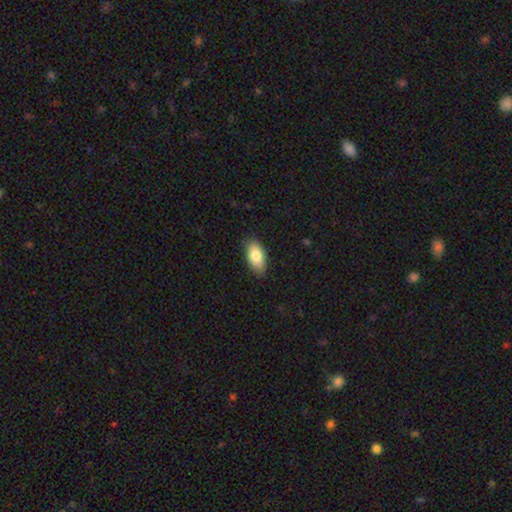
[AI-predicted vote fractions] This appears to be a smooth galaxy with no disk features (82%) that is in between round and cigar-shaped (92%). Merging: none (84%).